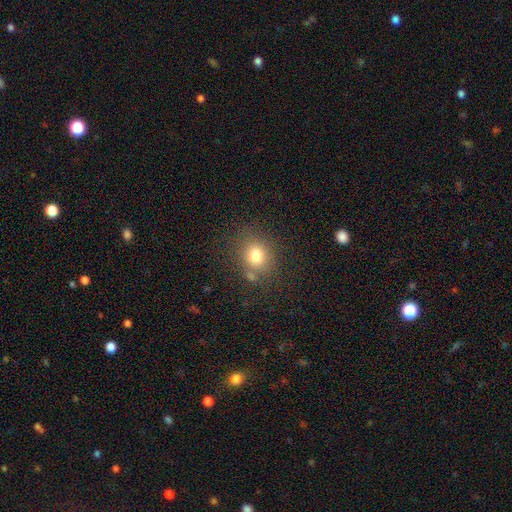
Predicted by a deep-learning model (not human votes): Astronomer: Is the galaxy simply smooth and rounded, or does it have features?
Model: smooth — 77%.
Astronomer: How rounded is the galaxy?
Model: round — 74%.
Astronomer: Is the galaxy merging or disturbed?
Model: none — 75%.